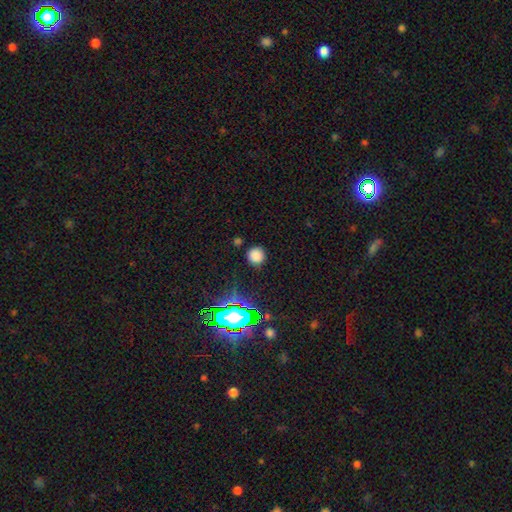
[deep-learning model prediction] Overall: smooth (77%). How rounded: round (92%). Merging: none (87%).